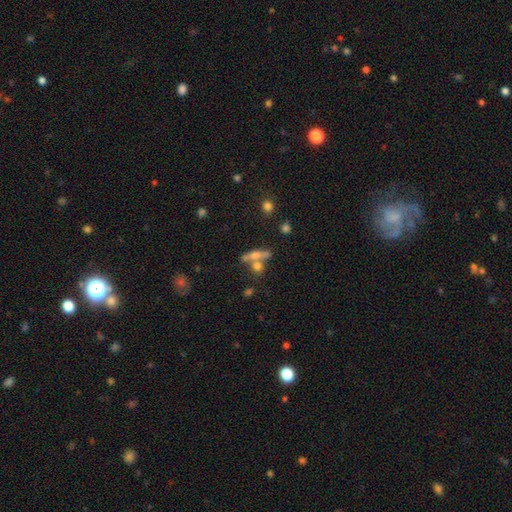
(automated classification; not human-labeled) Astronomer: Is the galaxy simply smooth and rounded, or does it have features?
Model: featured or disk — 45%, tied with smooth at 45%.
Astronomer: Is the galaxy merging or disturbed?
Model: none — 57%.